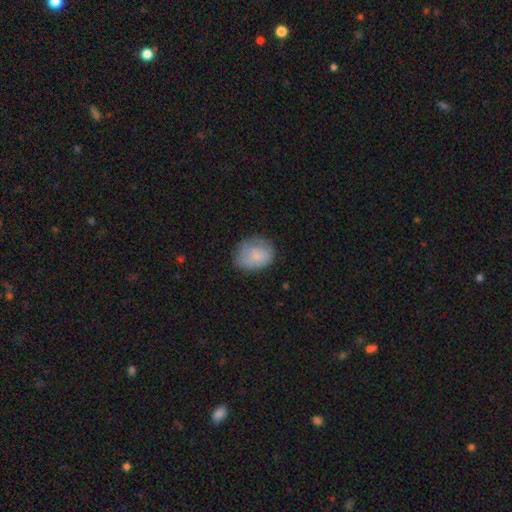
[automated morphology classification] This appears to be a smooth galaxy with no disk features (77%) that is in between round and cigar-shaped (51%). Merging: none (60%).